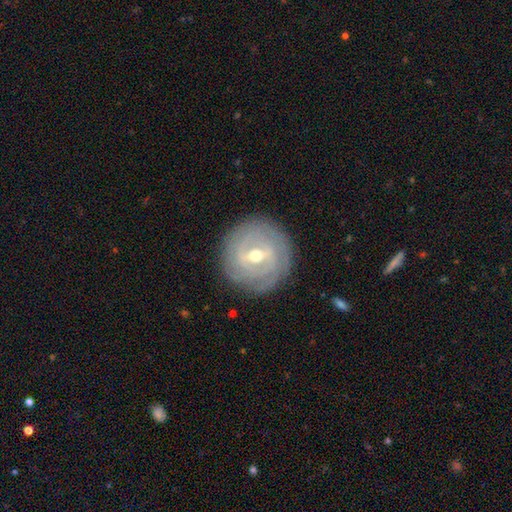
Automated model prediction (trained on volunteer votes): The model was most divided on "spiral arm count": can't tell: 40%, 2: 19%, 3: 18%, 4: 11%, more than 4: 6%, 1: 6%. More confident: edge-on disk — no (96%); spiral arms — yes (90%); merging — none (85%); smooth or featured — featured or disk (82%); spiral winding — tight (80%); bulge size — moderate (63%); bar — weak (55%).